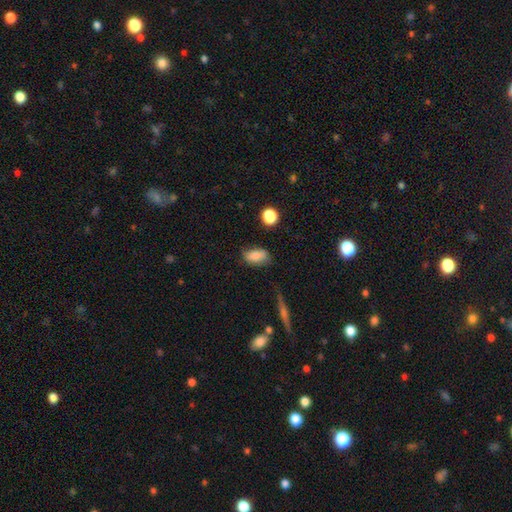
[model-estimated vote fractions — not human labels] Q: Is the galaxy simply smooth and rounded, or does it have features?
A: smooth — 79%.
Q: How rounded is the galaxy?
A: in between — 87%.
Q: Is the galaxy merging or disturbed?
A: none — 65%.